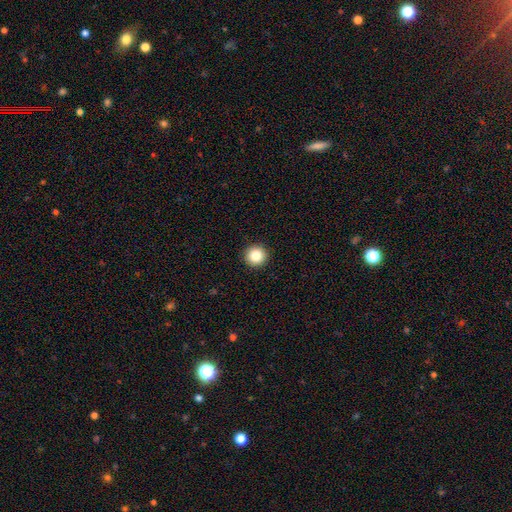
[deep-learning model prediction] This appears to be a smooth galaxy with no disk features (83%) that is round (96%). Merging: none (94%).